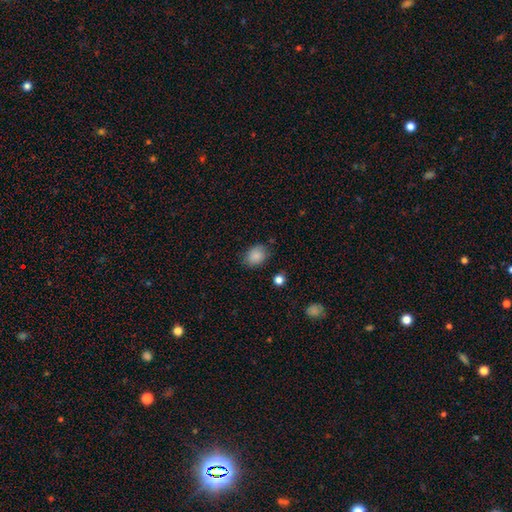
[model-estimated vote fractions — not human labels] Smooth or featured: smooth — 87% (star or artifact — 8%)
How rounded: in between — 60% (round — 39%)
Merging: none — 77% (minor disturbance — 17%)